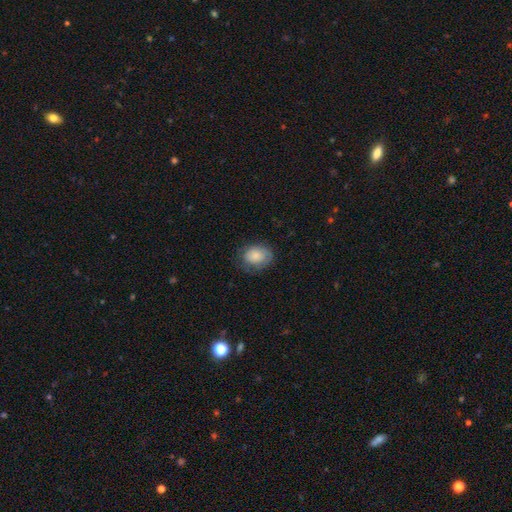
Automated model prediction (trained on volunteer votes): smooth 77%, featured or disk 16%, star or artifact 7%. Down the decision tree: how rounded — round (50%, tied with in between); merging — none (63%).